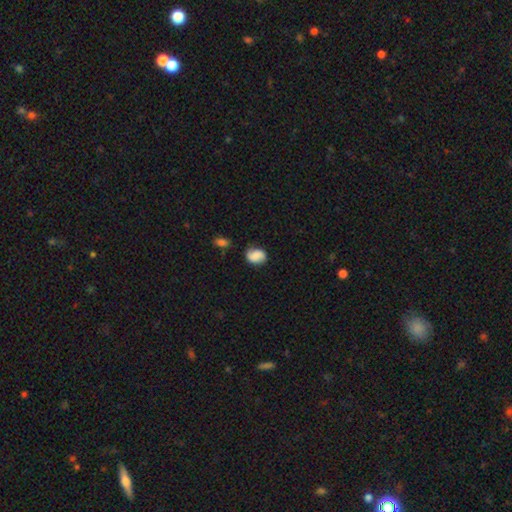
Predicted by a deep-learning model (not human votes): Smooth or featured?
  - smooth: 62% *
  - featured or disk: 28%
  - star or artifact: 9%
How rounded?
  - in between: 58% *
  - round: 40%
  - cigar-shaped: 2%
Merging?
  - none: 69% *
  - minor disturbance: 21%
  - major disturbance: 6%
  - merger: 4%